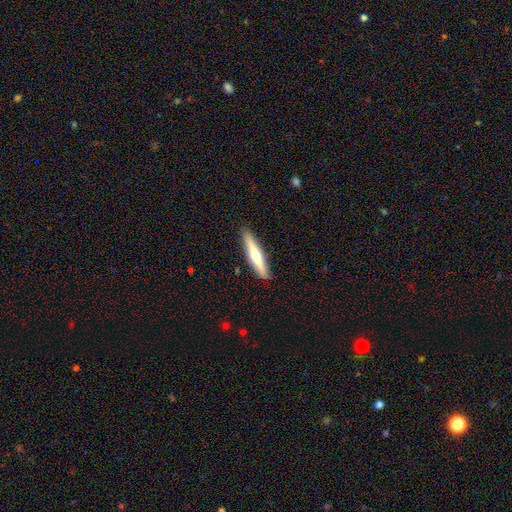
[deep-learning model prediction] Smooth or featured? Predicted: featured or disk (p=0.49). Merging? Predicted: none (p=0.91).